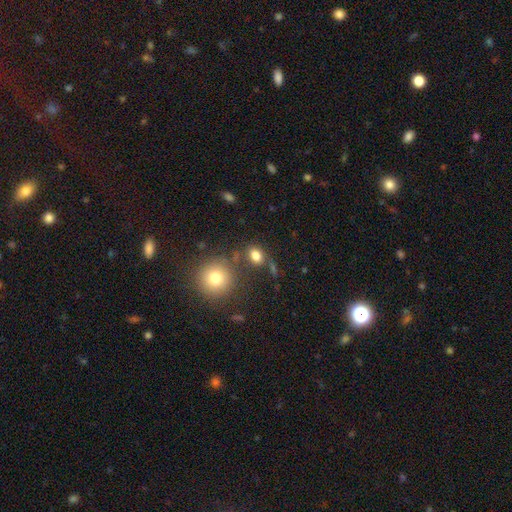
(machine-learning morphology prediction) smooth 80%, star or artifact 13%, featured or disk 7%. Down the decision tree: how rounded — in between (61%); merging — none (71%).